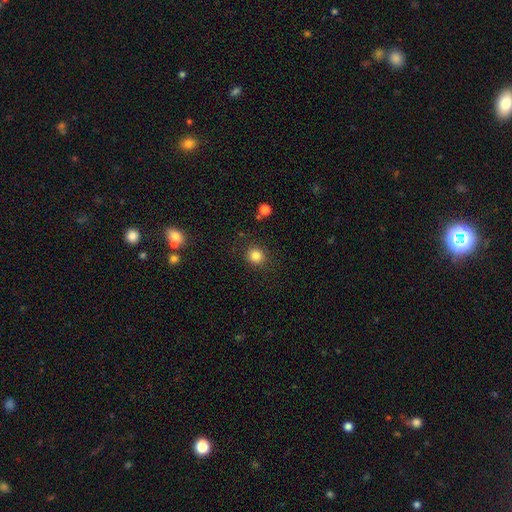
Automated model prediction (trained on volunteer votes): Smooth or featured? Predicted: smooth (p=0.83). How rounded? Predicted: round (p=0.89). Merging? Predicted: none (p=0.88).